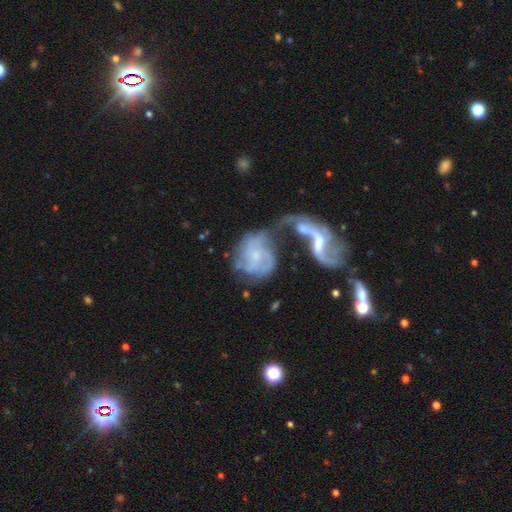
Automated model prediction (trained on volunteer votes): The model was most divided on "spiral arm count": 2: 38%, can't tell: 32%, 3: 12%, 1: 8%, 4: 5%, more than 4: 4%. Remaining: edge-on disk — no (97%); spiral arms — yes (82%); smooth or featured — featured or disk (74%); bar — no (63%); merging — merger (57%); bulge size — small (54%); spiral winding — loose (44%).